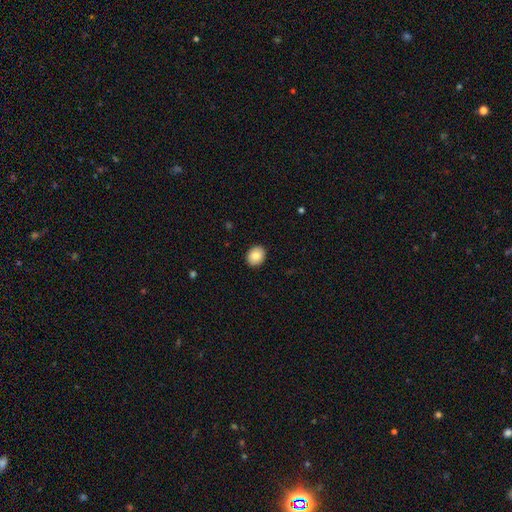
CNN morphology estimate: Q: Smooth or featured?
A: smooth (85%); runner-up: star or artifact (8%)
Q: How rounded?
A: round (60%); runner-up: in between (39%)
Q: Merging?
A: none (91%); runner-up: minor disturbance (6%)